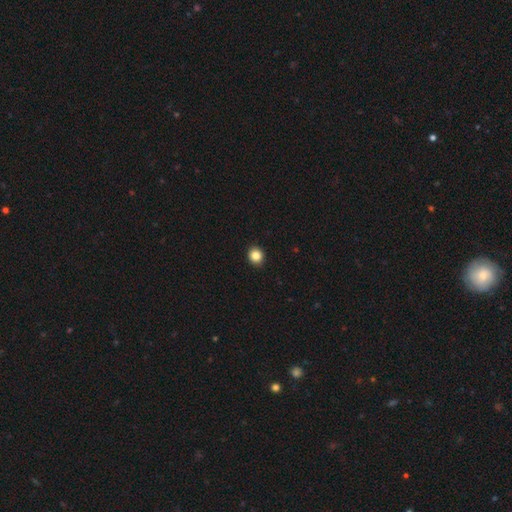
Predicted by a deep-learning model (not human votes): Smooth or featured: smooth — 85% (star or artifact — 11%)
How rounded: round — 81% (in between — 18%)
Merging: none — 93% (minor disturbance — 5%)